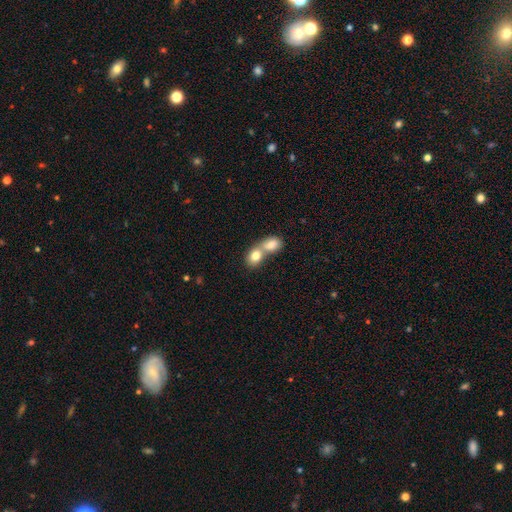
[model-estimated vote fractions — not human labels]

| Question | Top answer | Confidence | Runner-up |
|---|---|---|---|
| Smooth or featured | smooth | 79% | featured or disk (13%) |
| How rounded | in between | 52% | round (47%) |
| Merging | merger | 72% | none (21%) |